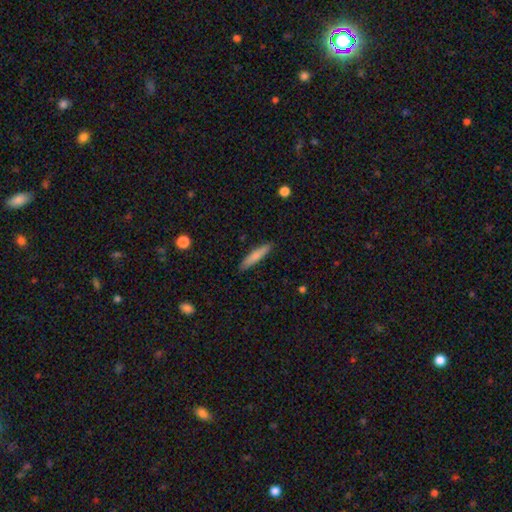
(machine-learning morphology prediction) type=smooth (76%); roundness=cigar-shaped (89%); merging=none (88%).